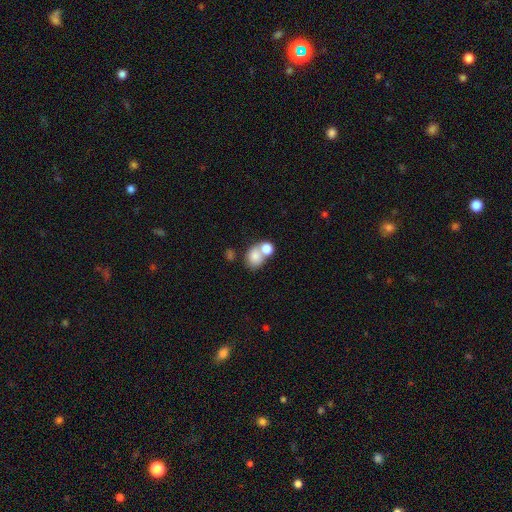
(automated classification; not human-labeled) Morphology: type=smooth (79%); roundness=round (51%); merging=merger (52%).